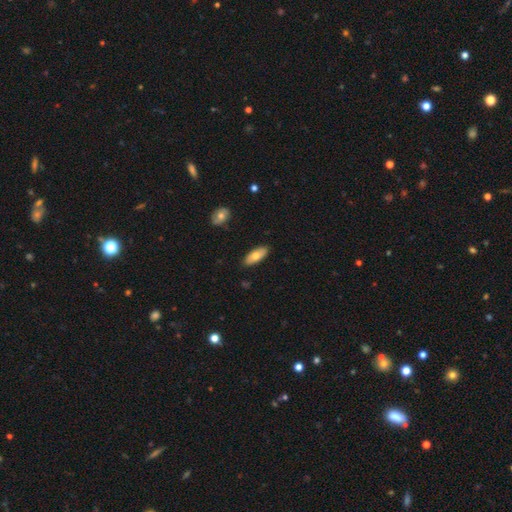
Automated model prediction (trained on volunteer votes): A smooth galaxy with no disk features (72%) that is in between round and cigar-shaped (80%).

Vote fractions:
- Smooth or featured? smooth: 72% / featured or disk: 22% / star or artifact: 6%
- How rounded? in between: 80% / cigar-shaped: 18% / round: 2%
- Merging? none: 88% / minor disturbance: 9% / major disturbance: 2% / merger: 1%